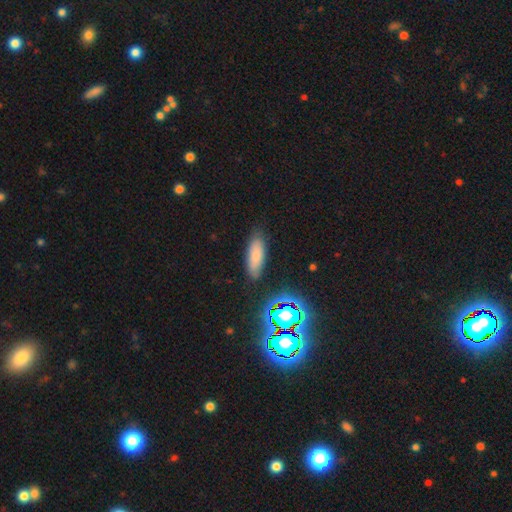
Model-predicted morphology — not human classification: type=smooth (73%); roundness=in between (65%); merging=none (82%).